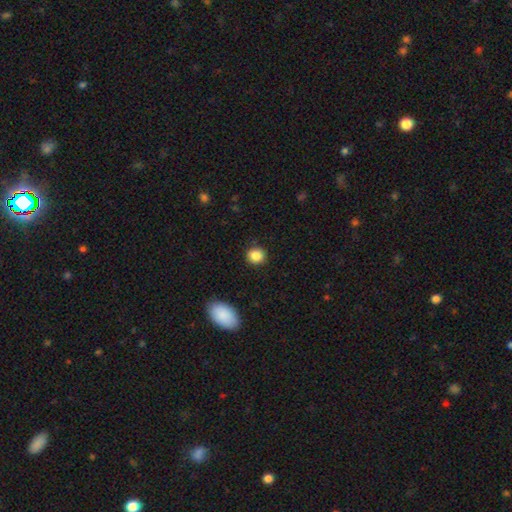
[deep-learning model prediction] smooth 86%, star or artifact 10%, featured or disk 4%. Down the decision tree: how rounded — round (83%); merging — none (89%).